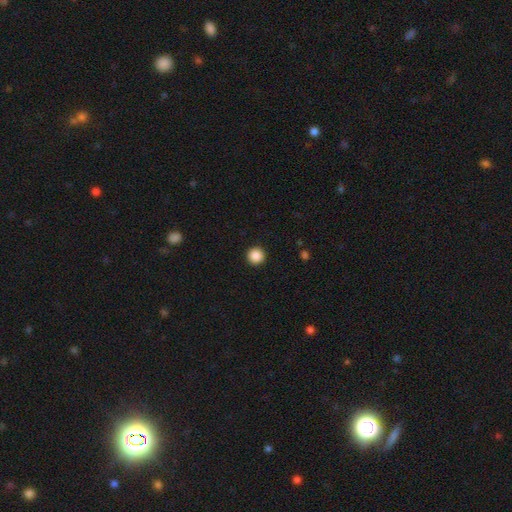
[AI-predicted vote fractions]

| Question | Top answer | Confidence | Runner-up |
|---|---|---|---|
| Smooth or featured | smooth | 87% | star or artifact (10%) |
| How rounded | round | 96% | in between (3%) |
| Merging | none | 93% | minor disturbance (4%) |